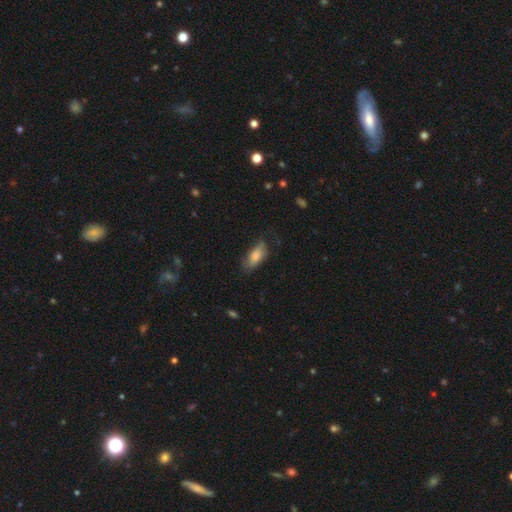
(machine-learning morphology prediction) A smooth galaxy with no disk features (80%) that is in between round and cigar-shaped (84%).

Vote fractions:
- Smooth or featured? smooth: 80% / featured or disk: 13% / star or artifact: 7%
- How rounded? in between: 84% / cigar-shaped: 13% / round: 3%
- Merging? none: 60% / minor disturbance: 29% / major disturbance: 10% / merger: 2%